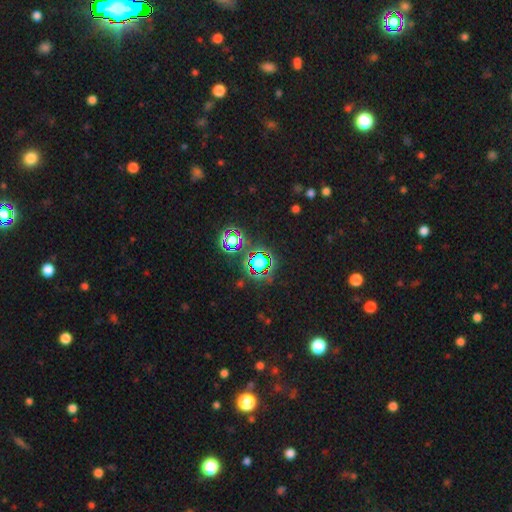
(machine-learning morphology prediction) The model was most divided on "smooth or featured": star or artifact: 69%, smooth: 20%, featured or disk: 11%.